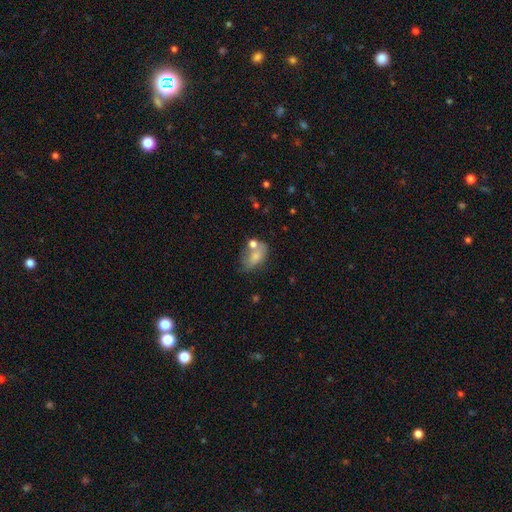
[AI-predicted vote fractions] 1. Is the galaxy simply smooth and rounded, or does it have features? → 68% smooth, 23% featured or disk, 9% star or artifact.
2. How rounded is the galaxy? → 84% in between, 14% round, 2% cigar-shaped.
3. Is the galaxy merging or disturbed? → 34% none, 26% merger, 24% minor disturbance, 15% major disturbance.